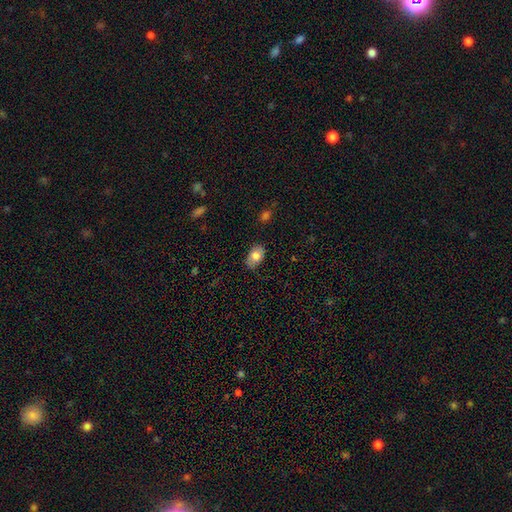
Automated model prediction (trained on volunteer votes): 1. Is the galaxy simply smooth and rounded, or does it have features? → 79% smooth, 14% featured or disk, 7% star or artifact.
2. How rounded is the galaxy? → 88% in between, 10% round, 1% cigar-shaped.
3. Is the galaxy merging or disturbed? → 78% none, 18% minor disturbance, 3% major disturbance, 1% merger.